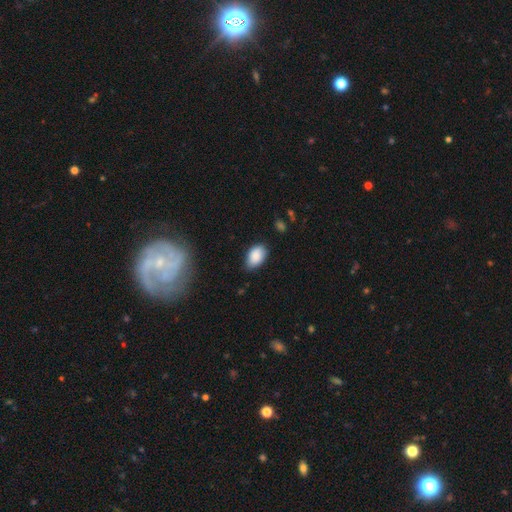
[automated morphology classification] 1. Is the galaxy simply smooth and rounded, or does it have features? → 88% smooth, 7% star or artifact, 5% featured or disk.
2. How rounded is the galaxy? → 90% in between, 9% round, 1% cigar-shaped.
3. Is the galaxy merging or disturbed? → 72% none, 23% minor disturbance, 3% major disturbance, 2% merger.